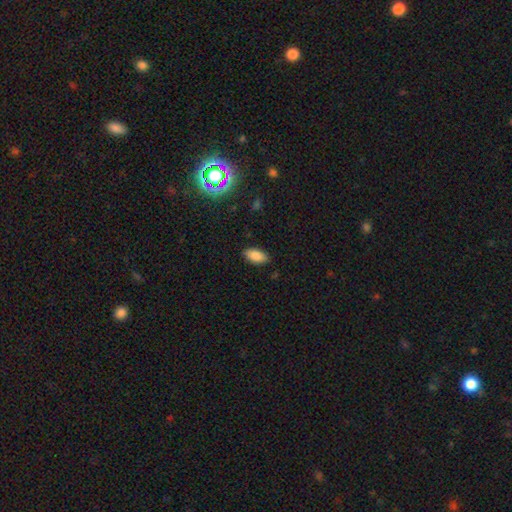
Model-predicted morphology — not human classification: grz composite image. It shows a smooth galaxy with no disk features (86%) that is in between round and cigar-shaped (93%). Merging: none (86%).